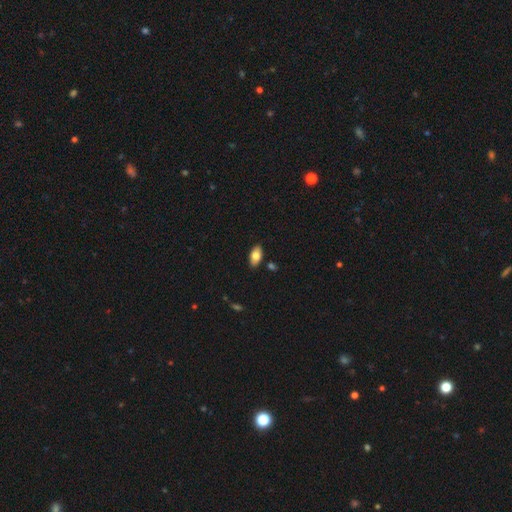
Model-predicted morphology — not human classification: smooth_or_featured: smooth (p=0.78) [alt: featured or disk p=0.15]
how_rounded: in between (p=0.93) [alt: cigar-shaped p=0.04]
merging: none (p=0.86) [alt: minor disturbance p=0.10]